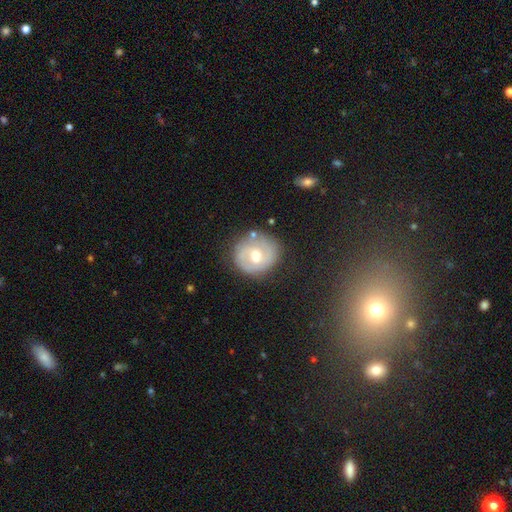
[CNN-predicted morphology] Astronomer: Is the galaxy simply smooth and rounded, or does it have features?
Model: featured or disk — 60%.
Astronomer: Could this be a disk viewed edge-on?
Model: no — 97%.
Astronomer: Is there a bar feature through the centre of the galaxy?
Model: no — 51% (runner-up: weak, 41%).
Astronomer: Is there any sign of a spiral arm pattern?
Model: yes — 68%.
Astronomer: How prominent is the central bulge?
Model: moderate — 69%.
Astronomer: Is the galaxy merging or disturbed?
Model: none — 72%.